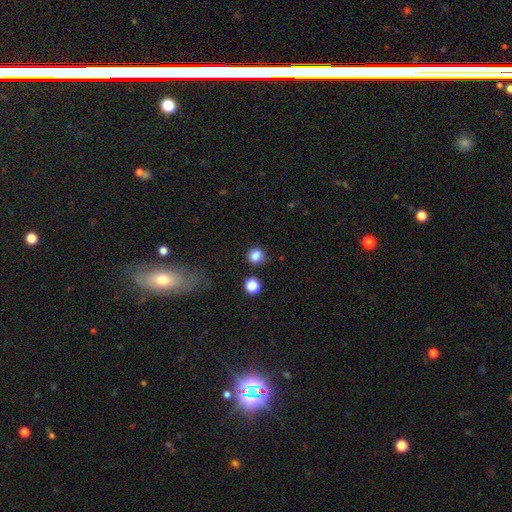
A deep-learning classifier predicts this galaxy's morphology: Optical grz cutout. It shows a smooth galaxy with no disk features (84%) that is round (83%). Merging: none (79%).